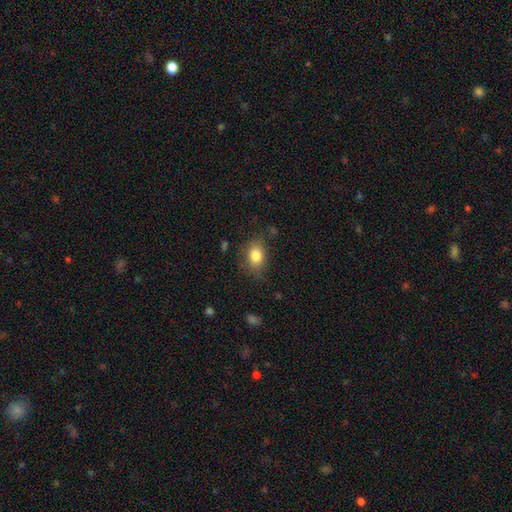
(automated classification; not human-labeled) smooth_or_featured: smooth (p=0.82) [alt: featured or disk p=0.09]
how_rounded: in between (p=0.72) [alt: round p=0.27]
merging: none (p=0.75) [alt: minor disturbance p=0.18]